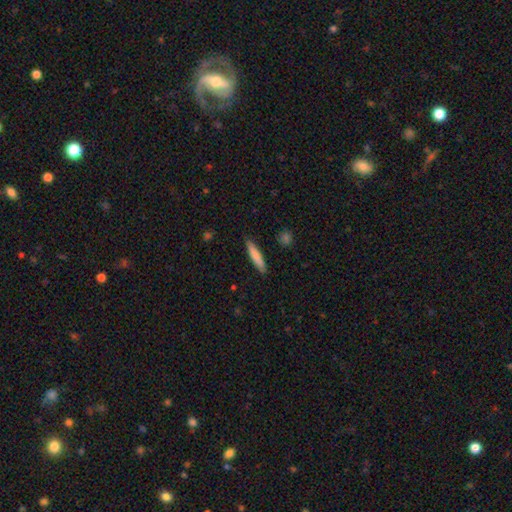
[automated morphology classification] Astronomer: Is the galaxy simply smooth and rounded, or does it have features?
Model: smooth — 80%.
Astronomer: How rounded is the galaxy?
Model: cigar-shaped — 88%.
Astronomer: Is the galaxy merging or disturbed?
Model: none — 86%.